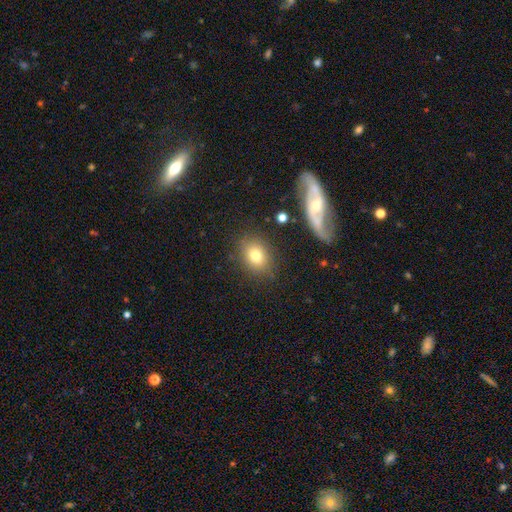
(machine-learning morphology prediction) This is likely a smooth galaxy (78%). How rounded: possibly in between (50%). Merging: clearly none (83%).